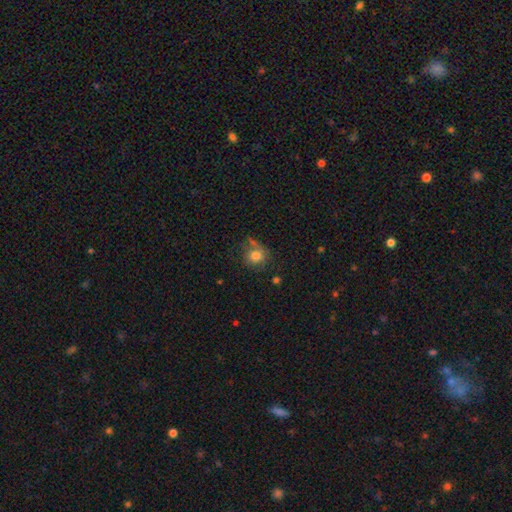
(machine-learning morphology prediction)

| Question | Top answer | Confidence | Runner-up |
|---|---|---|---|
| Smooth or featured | smooth | 77% | featured or disk (12%) |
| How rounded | round | 80% | in between (19%) |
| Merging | none | 60% | minor disturbance (21%) |